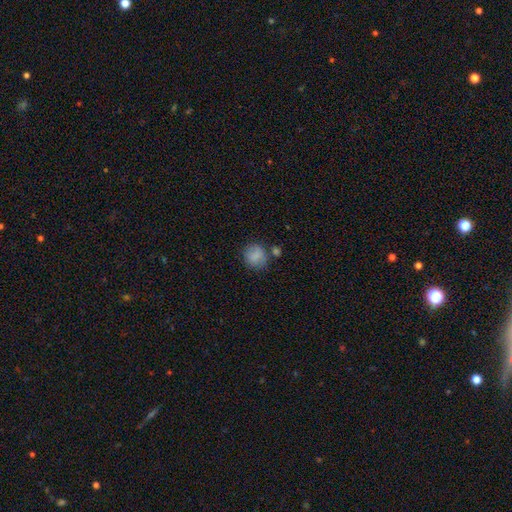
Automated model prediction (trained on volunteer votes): Morphology: type=smooth (81%); roundness=round (77%); merging=none (63%).